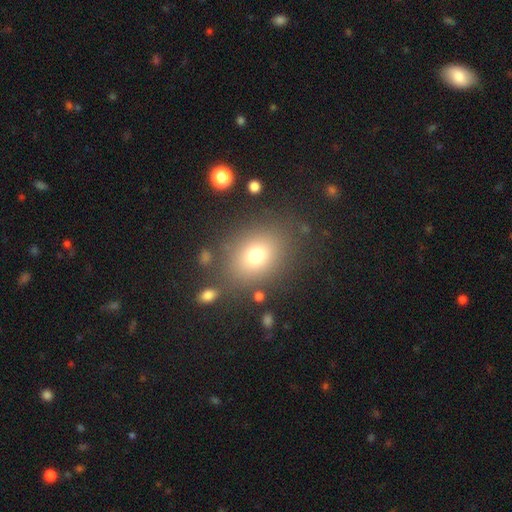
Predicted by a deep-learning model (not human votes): This is likely a smooth galaxy (73%). How rounded: possibly in between (53%). Merging: likely none (79%).